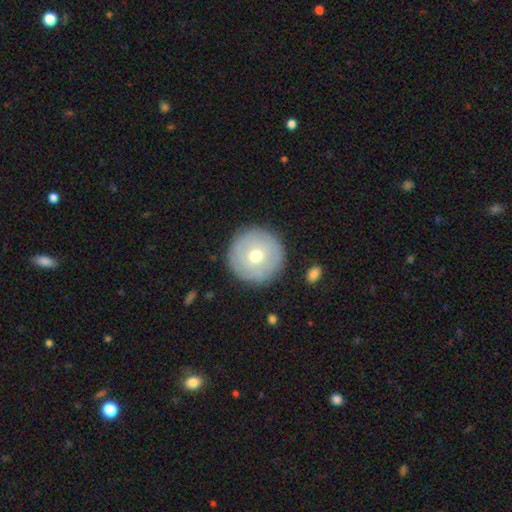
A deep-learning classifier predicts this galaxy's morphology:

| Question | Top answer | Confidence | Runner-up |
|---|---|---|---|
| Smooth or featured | smooth | 58% | featured or disk (34%) |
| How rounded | round | 96% | in between (3%) |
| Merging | none | 88% | minor disturbance (8%) |